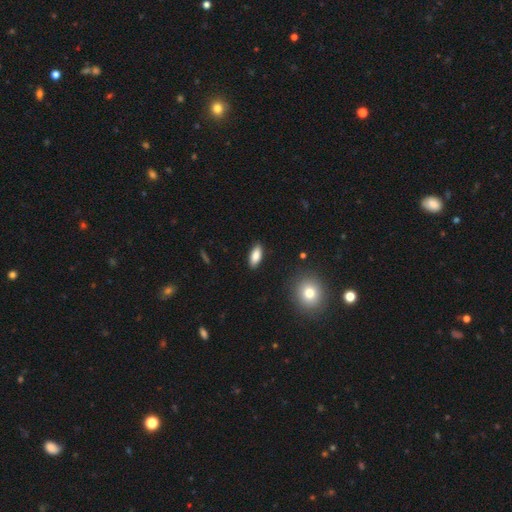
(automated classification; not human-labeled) Morphology: type=smooth (84%); roundness=in between (82%); merging=none (89%).